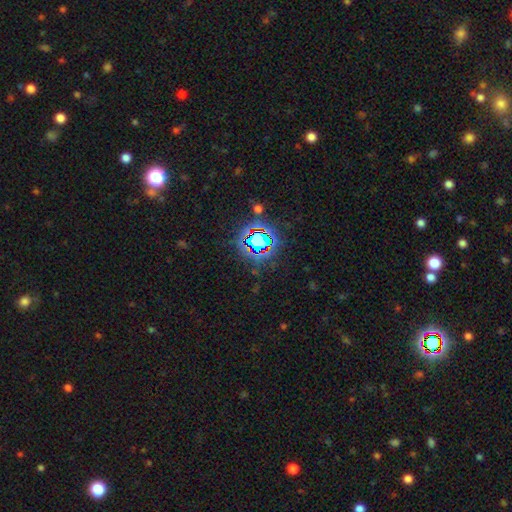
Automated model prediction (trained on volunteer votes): smooth_or_featured: star or artifact (p=0.79) [alt: smooth p=0.13]